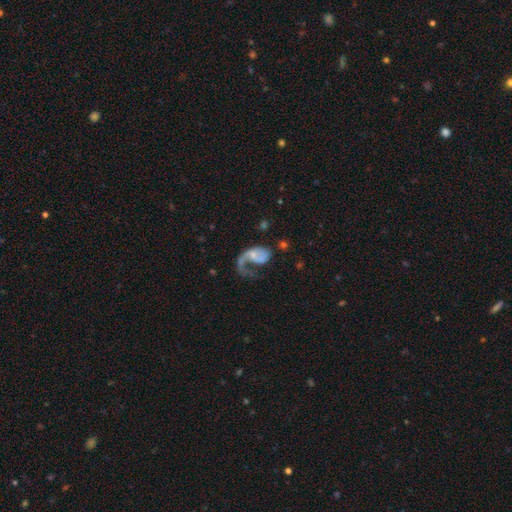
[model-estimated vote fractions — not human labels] This appears to be a featured or disk galaxy (72%) with no bar (62%), 1 (71%) loose (66%) spiral arms (84%) and a small central bulge (57%). Merging: major disturbance (56%).